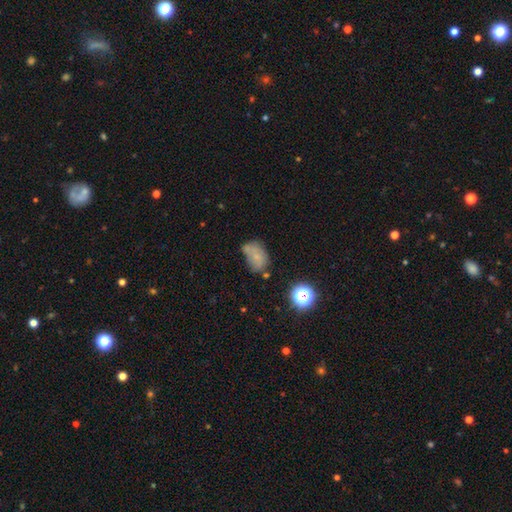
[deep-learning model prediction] Smooth or featured? smooth (59%)
How rounded? in between (79%)
Merging? none (41%)